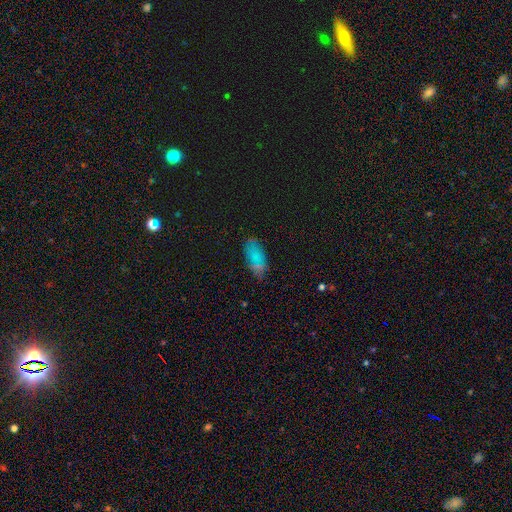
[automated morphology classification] This is likely a smooth galaxy (65%). How rounded: clearly in between (91%). Merging: likely none (71%).